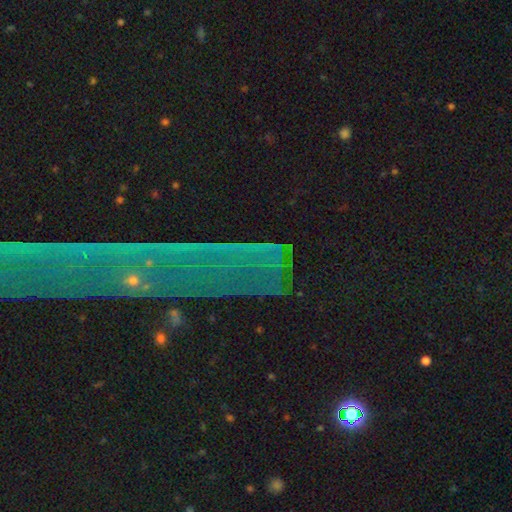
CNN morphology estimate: The model was most divided on "smooth or featured": star or artifact: 66%, featured or disk: 20%, smooth: 15%.